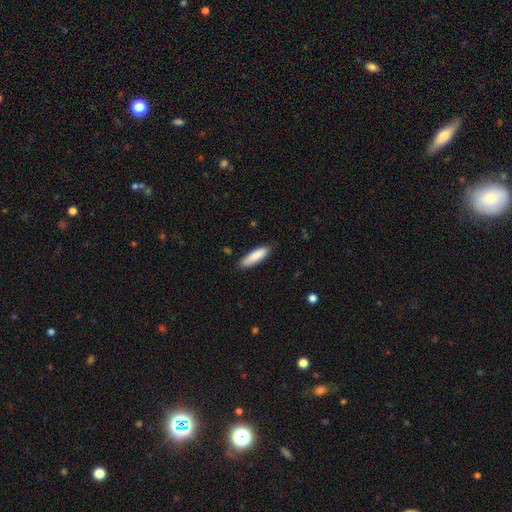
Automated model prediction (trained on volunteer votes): This appears to be a smooth galaxy with no disk features (87%) that is cigar-shaped (61%). Merging: none (86%).